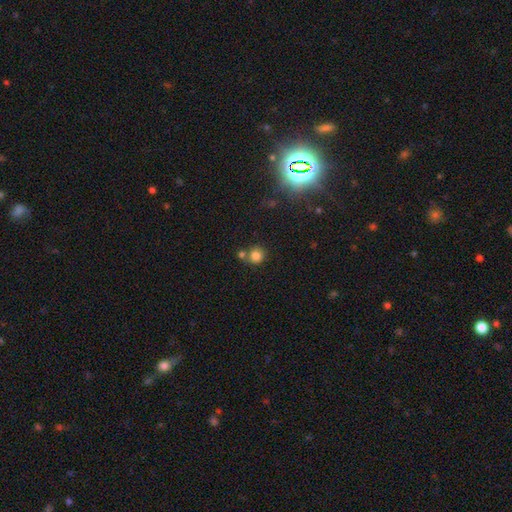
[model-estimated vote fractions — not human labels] smooth-or-featured: smooth: 81% | star or artifact: 12% | featured or disk: 7%
  how-rounded: round: 89% | in between: 10% | cigar-shaped: 1%
  merging: none: 61% | merger: 26% | minor disturbance: 10% | major disturbance: 4%